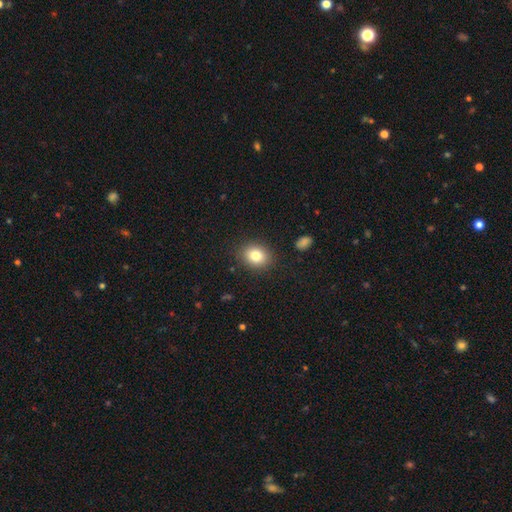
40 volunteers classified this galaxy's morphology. Volunteers were most divided on "how rounded": round: 52%, in between: 48%, cigar-shaped: 0%. More confident: merging — none (100%); smooth or featured — smooth (72%).